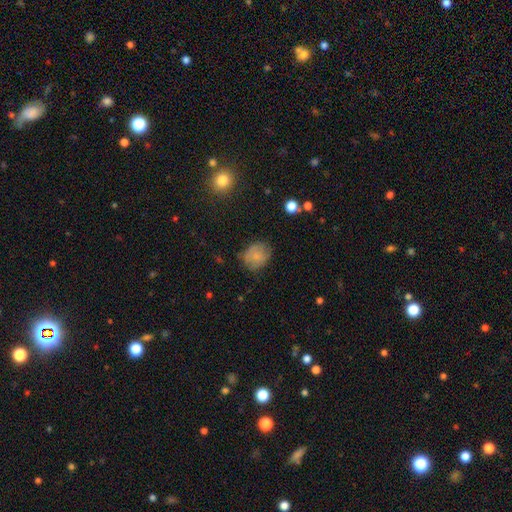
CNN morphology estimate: smooth_or_featured: smooth (p=0.72) [alt: featured or disk p=0.18]
how_rounded: round (p=0.61) [alt: in between p=0.38]
merging: none (p=0.68) [alt: minor disturbance p=0.23]